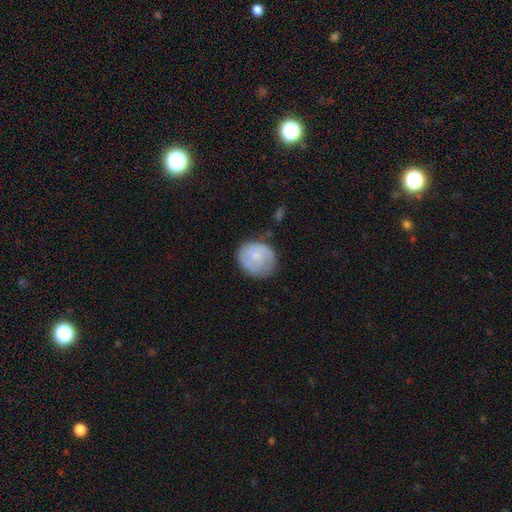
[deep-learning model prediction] Q: Smooth or featured?
A: smooth (55%); runner-up: featured or disk (38%)
Q: How rounded?
A: round (82%); runner-up: in between (17%)
Q: Merging?
A: none (68%); runner-up: minor disturbance (21%)